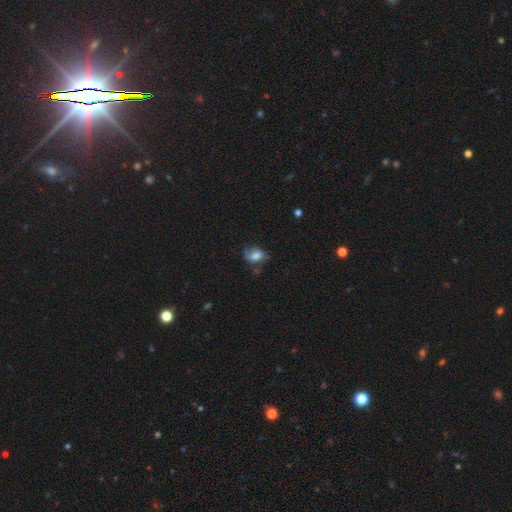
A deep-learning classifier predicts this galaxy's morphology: This is likely a smooth galaxy (68%). How rounded: likely in between (73%). Merging: marginally none (44%).